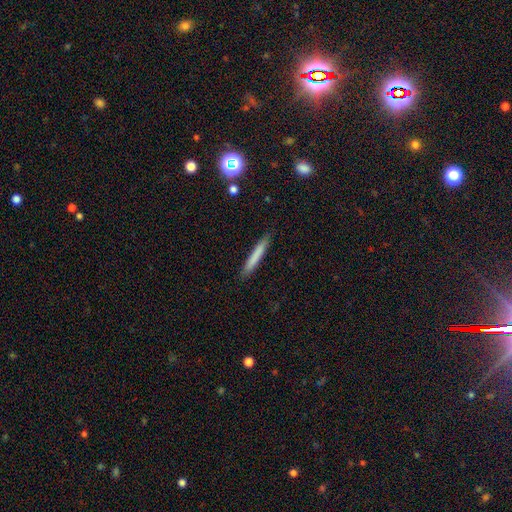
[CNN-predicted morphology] This is likely a smooth galaxy (76%). How rounded: clearly cigar-shaped (95%). Merging: clearly none (88%).